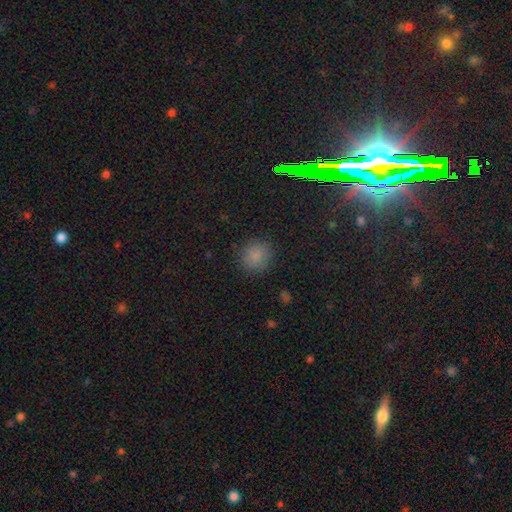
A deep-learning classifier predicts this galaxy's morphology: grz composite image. It shows a smooth galaxy with no disk features (84%) that is round (89%). Merging: none (87%).